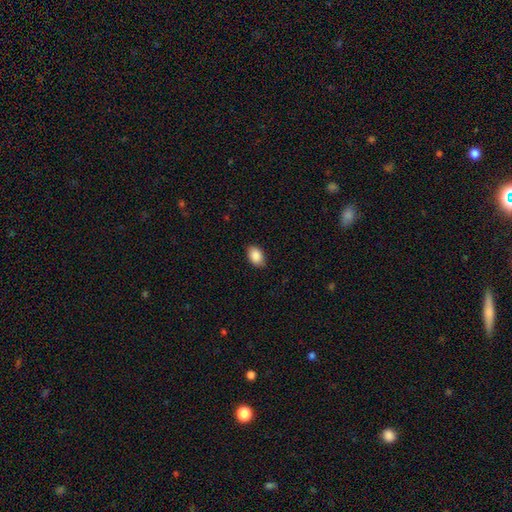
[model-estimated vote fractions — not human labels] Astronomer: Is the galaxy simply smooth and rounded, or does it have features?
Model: smooth — 89%.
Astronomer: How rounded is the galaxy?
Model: in between — 86%.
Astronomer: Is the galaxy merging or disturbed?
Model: none — 86%.